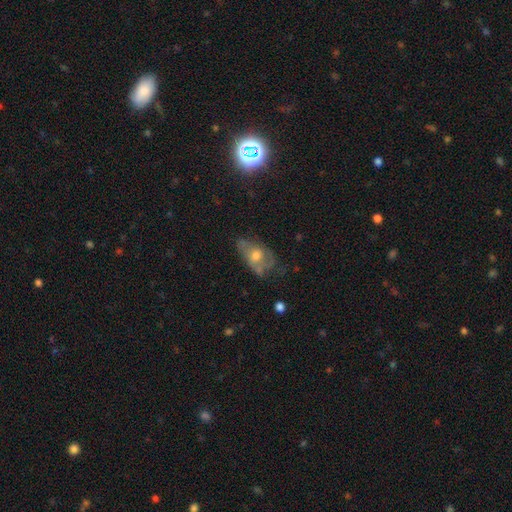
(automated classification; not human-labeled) Smooth or featured? featured or disk (52%)
Edge-on disk? no (91%)
Merging? none (43%)